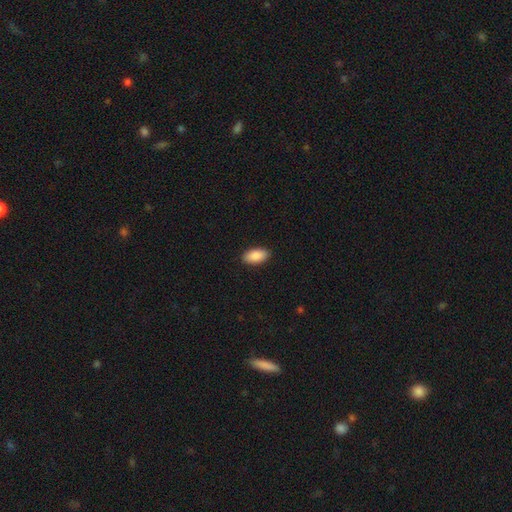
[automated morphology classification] Smooth or featured?
  - smooth: 90% *
  - star or artifact: 6%
  - featured or disk: 4%
How rounded?
  - in between: 94% *
  - cigar-shaped: 3%
  - round: 3%
Merging?
  - none: 90% *
  - minor disturbance: 7%
  - major disturbance: 2%
  - merger: 1%